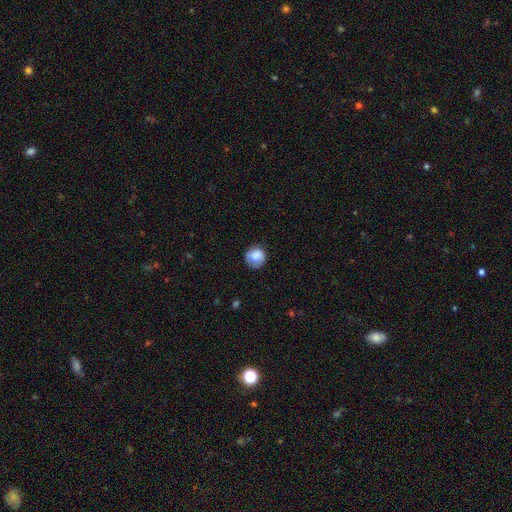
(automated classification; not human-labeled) Morphology: type=smooth (77%); roundness=round (89%); merging=none (71%).